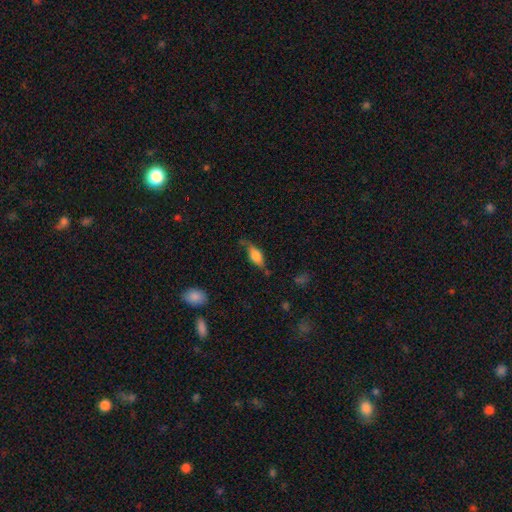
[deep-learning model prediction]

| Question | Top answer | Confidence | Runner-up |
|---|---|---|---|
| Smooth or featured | smooth | 60% | featured or disk (32%) |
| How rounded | in between | 75% | cigar-shaped (21%) |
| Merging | none | 50% | minor disturbance (32%) |